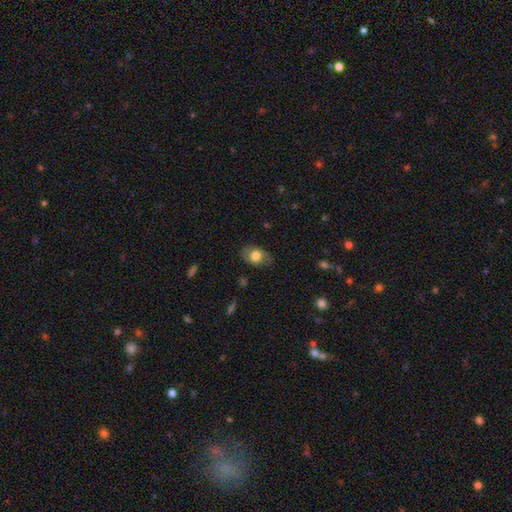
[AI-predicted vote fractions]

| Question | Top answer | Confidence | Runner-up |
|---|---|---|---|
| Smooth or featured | smooth | 72% | featured or disk (20%) |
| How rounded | in between | 79% | round (20%) |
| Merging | none | 75% | minor disturbance (19%) |